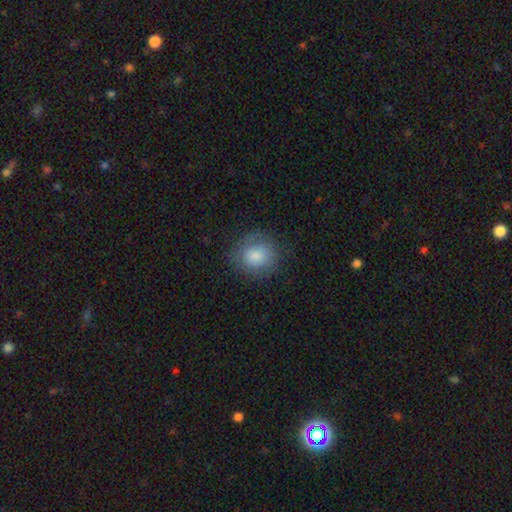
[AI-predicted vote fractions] This appears to be a smooth galaxy with no disk features (81%) that is round (81%). Merging: none (79%).